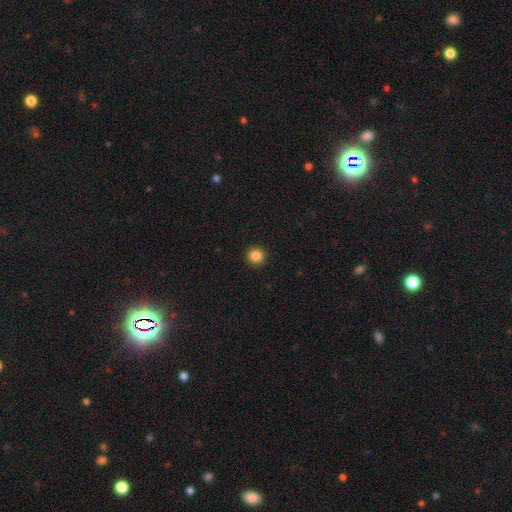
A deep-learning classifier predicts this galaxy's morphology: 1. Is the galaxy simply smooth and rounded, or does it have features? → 86% smooth, 11% star or artifact, 4% featured or disk.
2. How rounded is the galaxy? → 95% round, 4% in between, 1% cigar-shaped.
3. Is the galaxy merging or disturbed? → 93% none, 4% minor disturbance, 2% major disturbance, 1% merger.